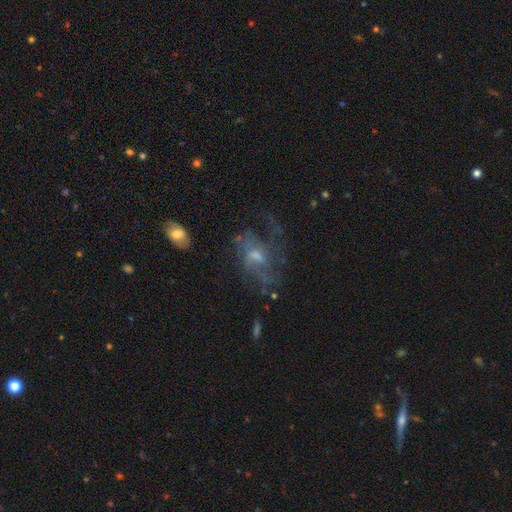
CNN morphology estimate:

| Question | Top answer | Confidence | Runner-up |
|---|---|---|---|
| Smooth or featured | featured or disk | 68% | smooth (20%) |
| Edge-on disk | no | 96% | yes (4%) |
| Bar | no | 52% | weak (41%) |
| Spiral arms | yes | 66% | no (34%) |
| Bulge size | moderate | 43% | tied: small (43%) |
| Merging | none | 41% | major disturbance (36%) |